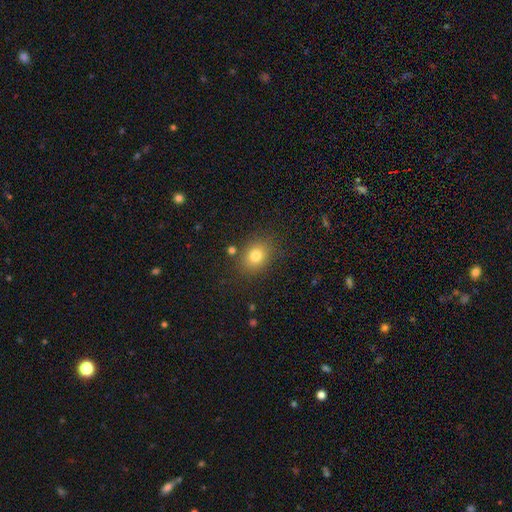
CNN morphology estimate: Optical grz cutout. It shows a smooth galaxy with no disk features (78%) that is in between round and cigar-shaped (51%). Merging: none (83%).